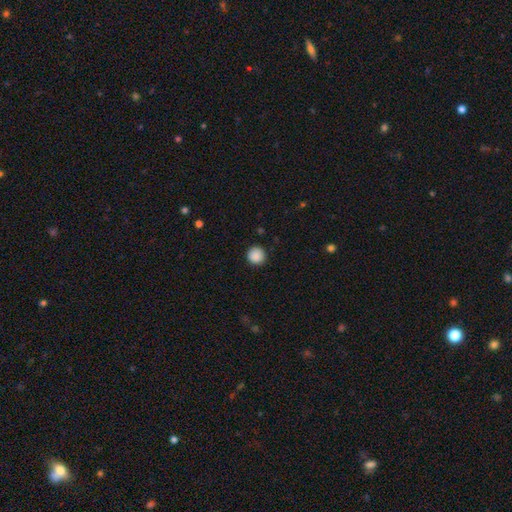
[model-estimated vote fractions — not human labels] The model was most divided on "smooth or featured": smooth: 89%, star or artifact: 9%, featured or disk: 3%. More confident: how rounded — round (95%); merging — none (91%).